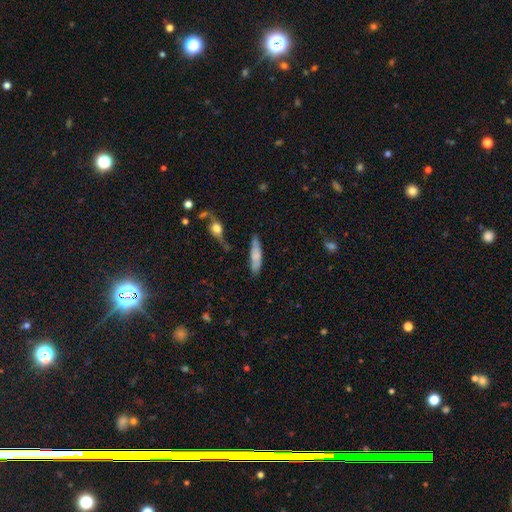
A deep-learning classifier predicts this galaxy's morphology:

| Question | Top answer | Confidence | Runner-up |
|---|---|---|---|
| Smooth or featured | smooth | 69% | featured or disk (24%) |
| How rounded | cigar-shaped | 65% | in between (33%) |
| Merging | none | 71% | minor disturbance (19%) |